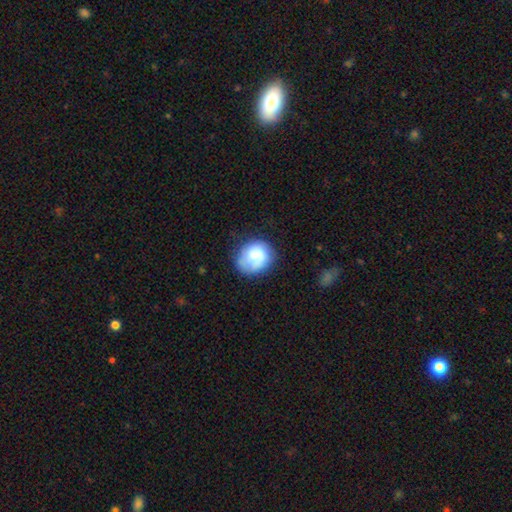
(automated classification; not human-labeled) This appears to be a smooth galaxy with no disk features (72%) that is round (69%). Merging: none (64%).